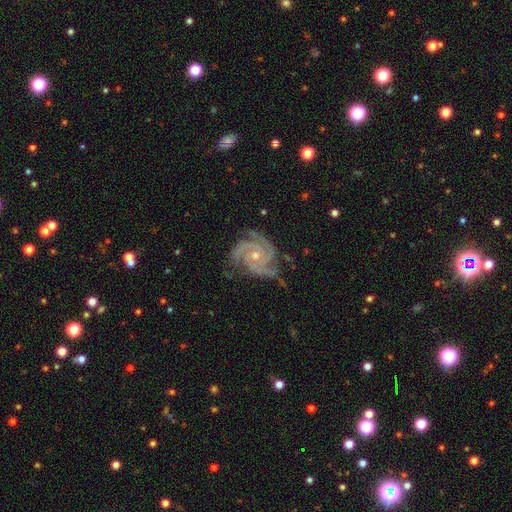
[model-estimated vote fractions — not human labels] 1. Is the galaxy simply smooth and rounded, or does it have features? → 93% featured or disk, 4% star or artifact, 3% smooth.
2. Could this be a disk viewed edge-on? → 98% no, 2% yes.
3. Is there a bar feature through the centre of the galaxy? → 75% no, 19% weak, 6% strong.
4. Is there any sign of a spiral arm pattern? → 99% yes, 1% no.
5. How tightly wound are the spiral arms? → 67% tight, 30% medium, 3% loose.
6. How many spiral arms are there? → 63% 3, 19% 4, 7% 2, 4% can't tell, 3% more than 4, 3% 1.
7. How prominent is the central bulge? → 52% small, 45% moderate, 1% none, 1% large, 1% dominant.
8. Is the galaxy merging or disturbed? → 75% none, 19% minor disturbance, 5% major disturbance, 1% merger.